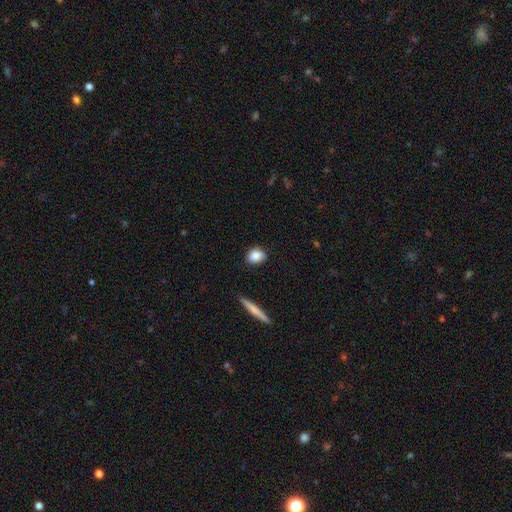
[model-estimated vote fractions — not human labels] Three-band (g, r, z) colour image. It shows a smooth galaxy with no disk features (85%) that is in between round and cigar-shaped (52%). Merging: none (84%).